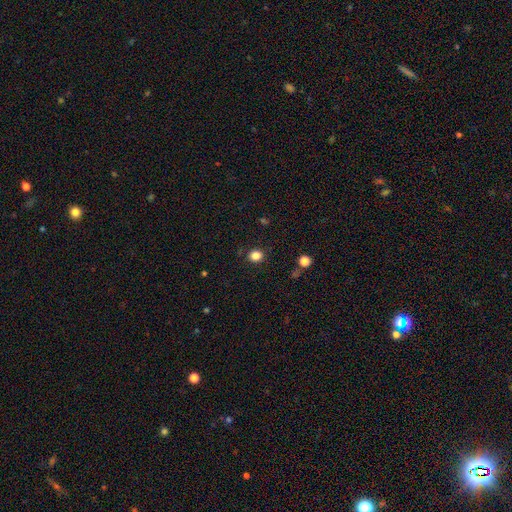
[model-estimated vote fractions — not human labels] smooth_or_featured: smooth (p=0.84) [alt: star or artifact p=0.12]
how_rounded: round (p=0.76) [alt: in between p=0.23]
merging: none (p=0.88) [alt: minor disturbance p=0.08]